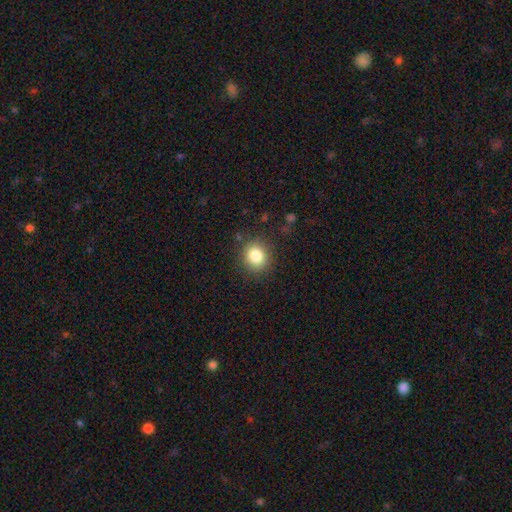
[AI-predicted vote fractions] Q: Smooth or featured?
A: smooth (83%); runner-up: star or artifact (10%)
Q: How rounded?
A: round (81%); runner-up: in between (18%)
Q: Merging?
A: none (86%); runner-up: minor disturbance (9%)